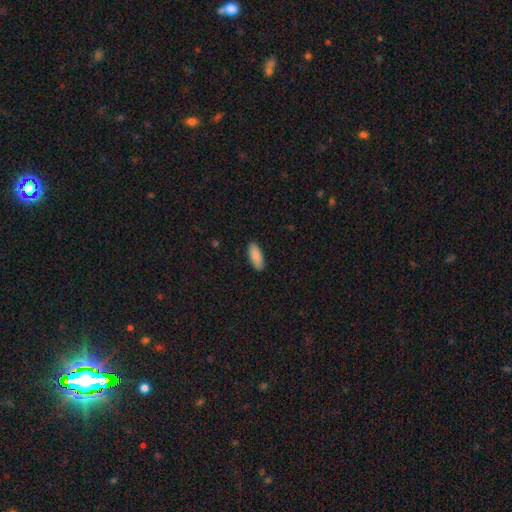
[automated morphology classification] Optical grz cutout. It shows a smooth galaxy with no disk features (89%) that is in between round and cigar-shaped (81%). Merging: none (88%).